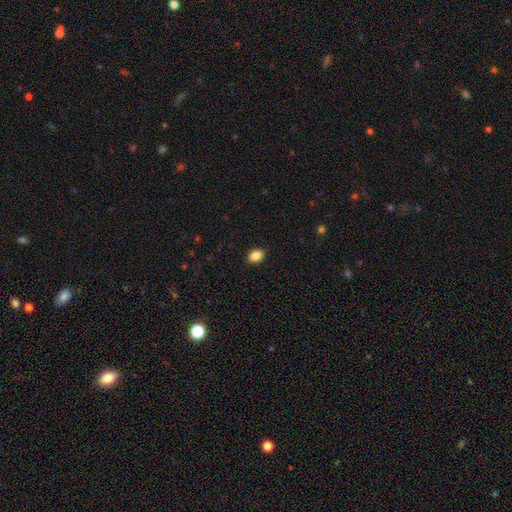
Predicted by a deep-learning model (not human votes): This appears to be a smooth galaxy with no disk features (87%) that is in between round and cigar-shaped (79%). Merging: none (90%).